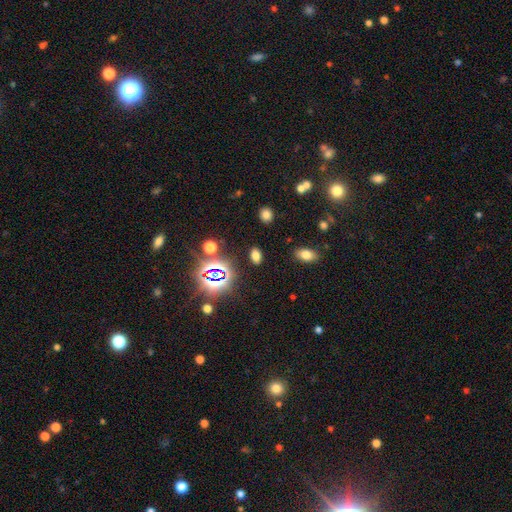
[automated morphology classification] Smooth or featured? Predicted: smooth (p=0.65). How rounded? Predicted: in between (p=0.87). Merging? Predicted: none (p=0.87).